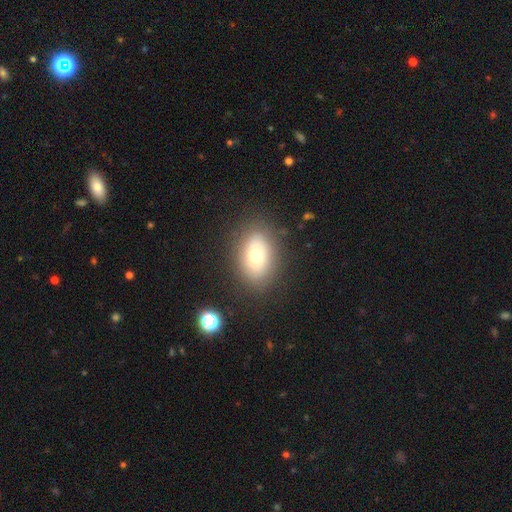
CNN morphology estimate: Overall: smooth (64%; featured or disk 25%). How rounded: in between (79%). Merging: none (82%).